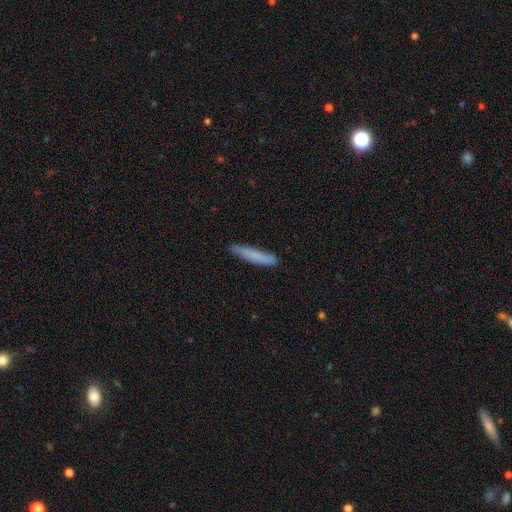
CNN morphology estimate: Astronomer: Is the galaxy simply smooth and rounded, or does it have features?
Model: smooth — 76%.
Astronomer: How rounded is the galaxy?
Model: cigar-shaped — 92%.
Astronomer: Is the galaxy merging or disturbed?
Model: none — 82%.